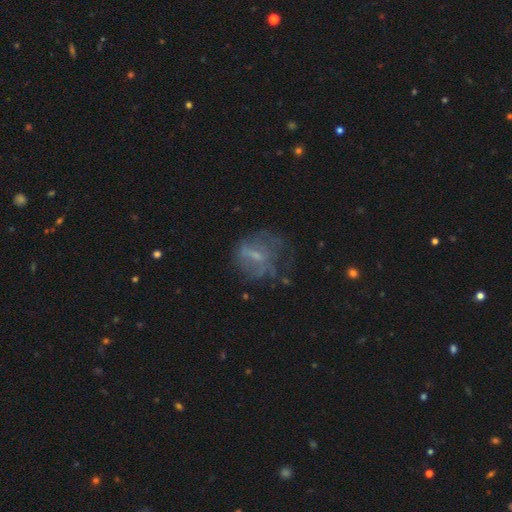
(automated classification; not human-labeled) A featured or disk galaxy (55%) with a weak bar (46%), no spiral arms (60%) and a small central bulge (52%). Merging: none (46%).